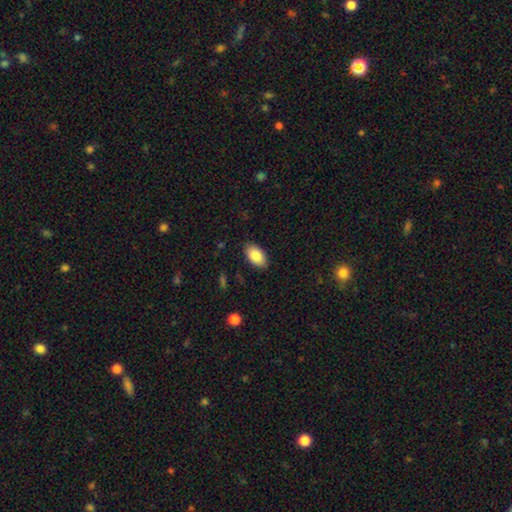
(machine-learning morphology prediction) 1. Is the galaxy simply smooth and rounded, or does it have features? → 85% smooth, 8% featured or disk, 7% star or artifact.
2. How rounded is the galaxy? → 94% in between, 4% round, 2% cigar-shaped.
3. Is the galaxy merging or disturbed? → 88% none, 9% minor disturbance, 2% major disturbance, 1% merger.